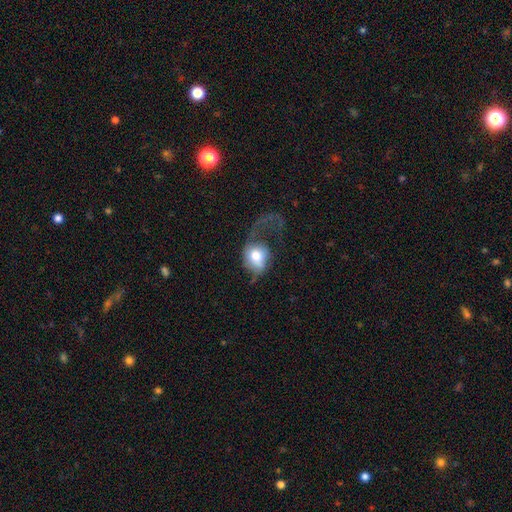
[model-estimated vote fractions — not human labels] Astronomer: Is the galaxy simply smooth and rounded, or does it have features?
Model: smooth — 61%.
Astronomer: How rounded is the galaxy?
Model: round — 61% (runner-up: in between, 38%).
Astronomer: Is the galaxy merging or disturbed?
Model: major disturbance — 63%.